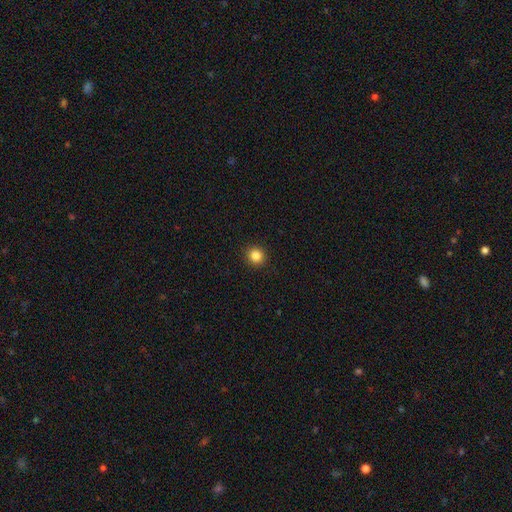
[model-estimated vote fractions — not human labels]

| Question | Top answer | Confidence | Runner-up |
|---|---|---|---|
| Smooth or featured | smooth | 84% | star or artifact (11%) |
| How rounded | round | 90% | in between (9%) |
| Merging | none | 92% | minor disturbance (5%) |